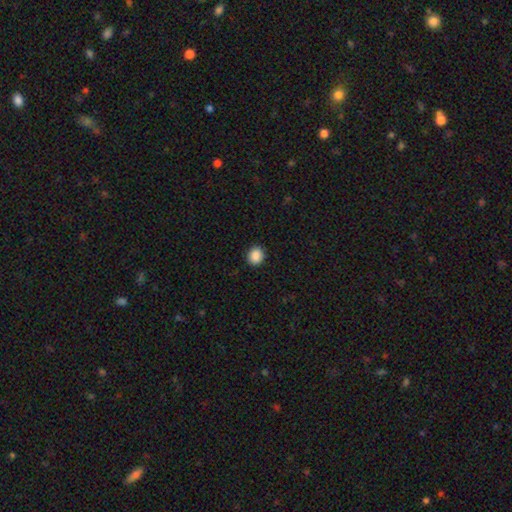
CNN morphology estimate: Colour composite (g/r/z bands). It shows a smooth galaxy with no disk features (89%) that is round (77%). Merging: none (91%).